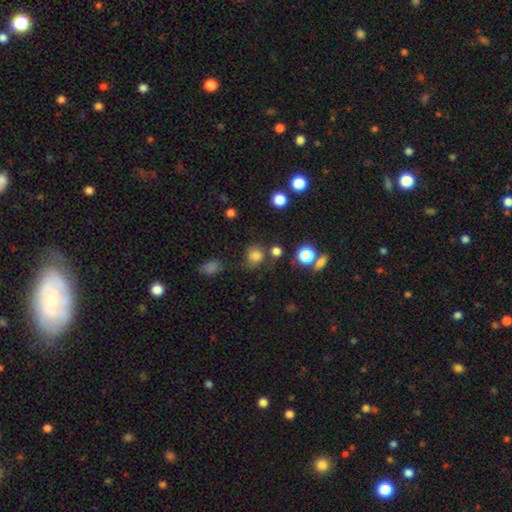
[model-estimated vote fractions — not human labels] Overall: smooth (78%). How rounded: round (83%). Merging: none (66%).